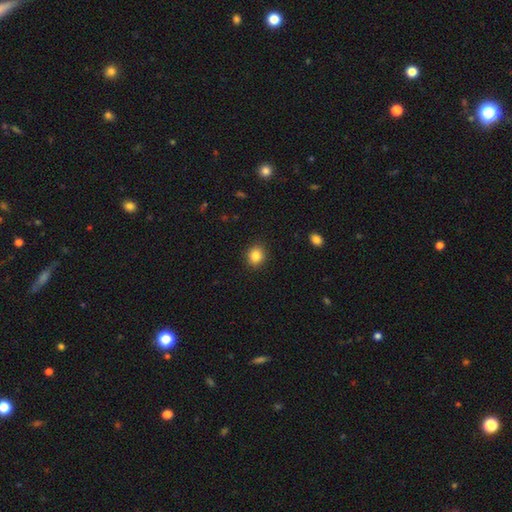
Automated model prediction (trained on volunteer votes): Overall: smooth (85%). How rounded: round (75%). Merging: none (90%).